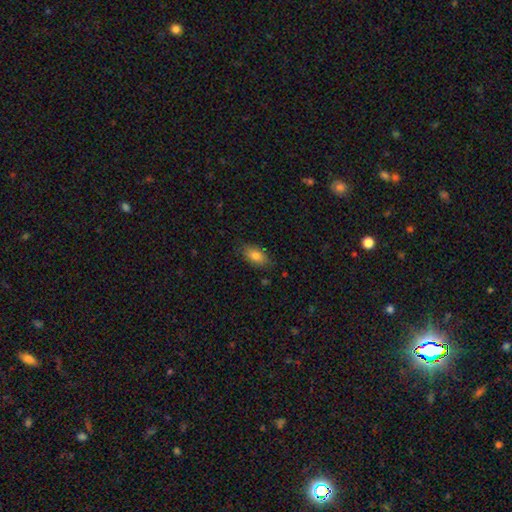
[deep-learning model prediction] smooth-or-featured: smooth: 81% | featured or disk: 11% | star or artifact: 8%
  how-rounded: in between: 90% | round: 6% | cigar-shaped: 4%
  merging: none: 81% | minor disturbance: 14% | major disturbance: 3% | merger: 1%